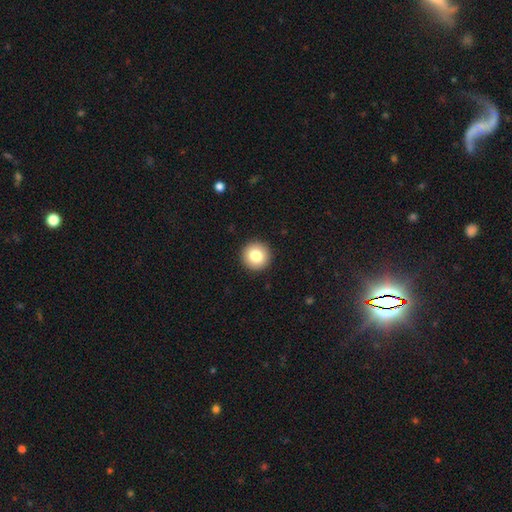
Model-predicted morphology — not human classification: The model was most divided on "smooth or featured": smooth: 82%, featured or disk: 9%, star or artifact: 9%. More confident: how rounded — round (96%); merging — none (93%).